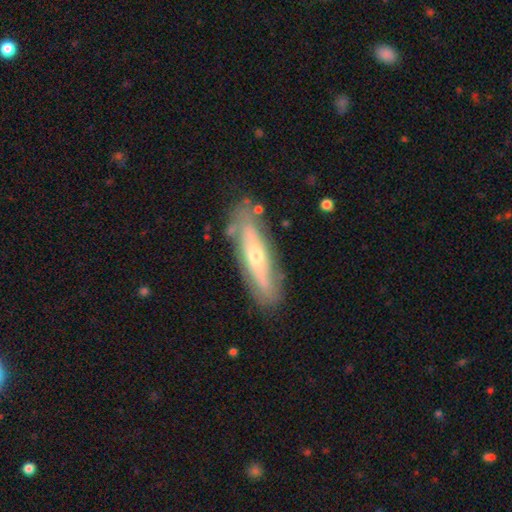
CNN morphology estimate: Smooth or featured? Predicted: featured or disk (p=0.63). Edge-on disk? Predicted: no (p=0.60). Merging? Predicted: none (p=0.77).